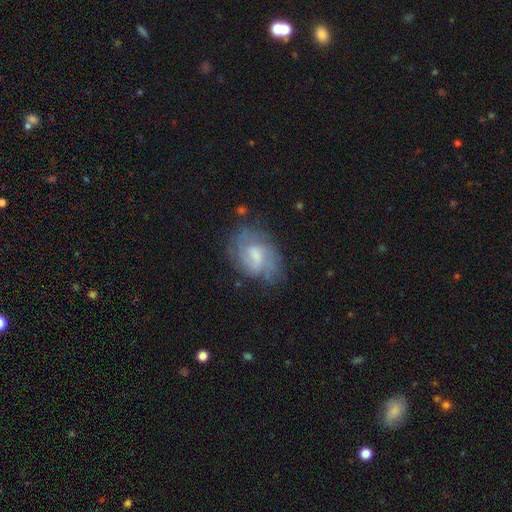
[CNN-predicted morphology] smooth_or_featured: featured or disk (p=0.66) [alt: smooth p=0.26]
disk_edge_on: no (p=0.97) [alt: yes p=0.03]
bar: weak (p=0.57) [alt: no p=0.31]
has_spiral_arms: yes (p=0.84) [alt: no p=0.16]
spiral_winding: medium (p=0.43) [alt: tight p=0.38]
spiral_arm_count: 2 (p=0.47) [alt: can't tell p=0.32]
bulge_size: moderate (p=0.39) [alt: small p=0.33]
merging: none (p=0.61) [alt: minor disturbance p=0.24]